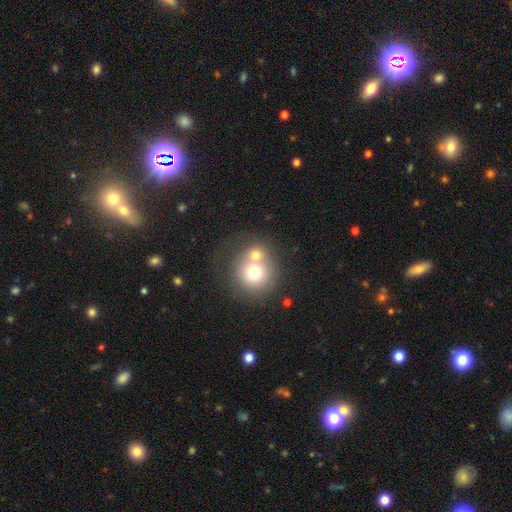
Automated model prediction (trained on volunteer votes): Smooth or featured: smooth — 66% (featured or disk — 22%)
How rounded: round — 89% (in between — 10%)
Merging: merger — 50% (none — 35%)